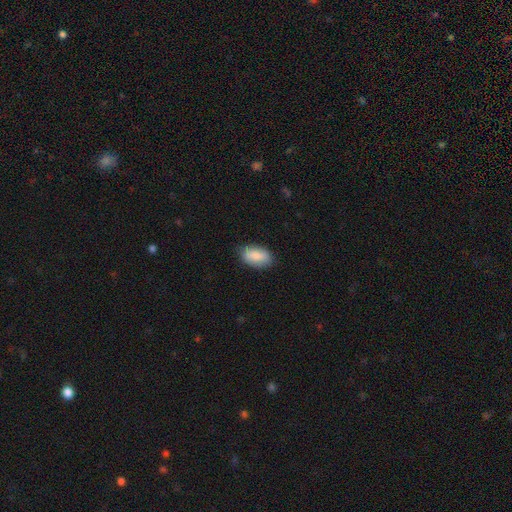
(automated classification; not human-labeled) Morphology: type=smooth (84%); roundness=in between (93%); merging=none (82%).